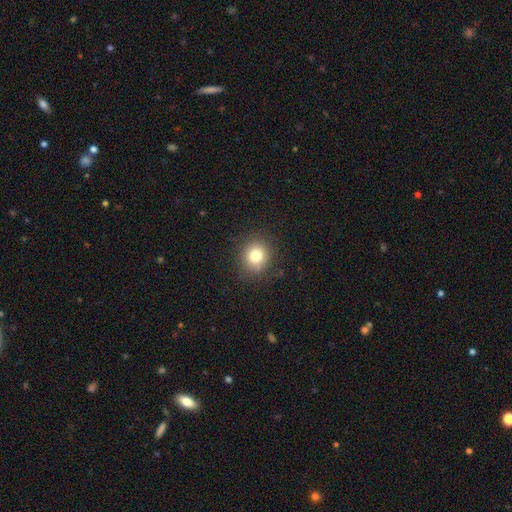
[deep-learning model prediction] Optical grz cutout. It shows a smooth galaxy with no disk features (78%) that is round (84%). Merging: none (87%).